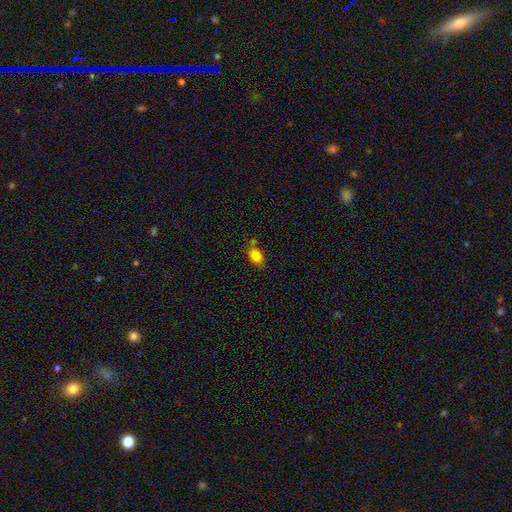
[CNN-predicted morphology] Overall: smooth (83%). How rounded: in between (81%). Merging: none (62%).